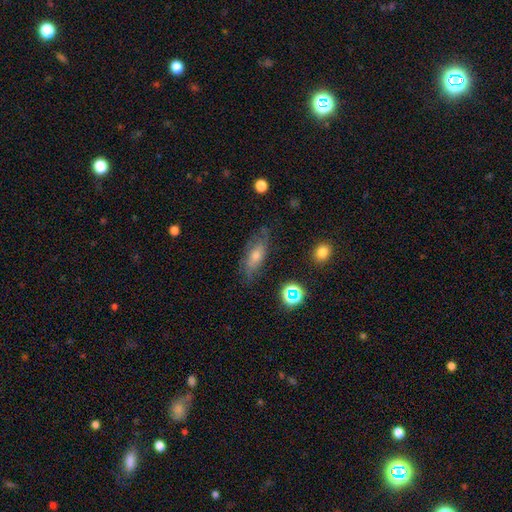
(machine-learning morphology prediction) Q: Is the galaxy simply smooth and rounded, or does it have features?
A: featured or disk — 51%.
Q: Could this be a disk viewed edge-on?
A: no — 76%.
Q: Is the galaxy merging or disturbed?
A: none — 70%.